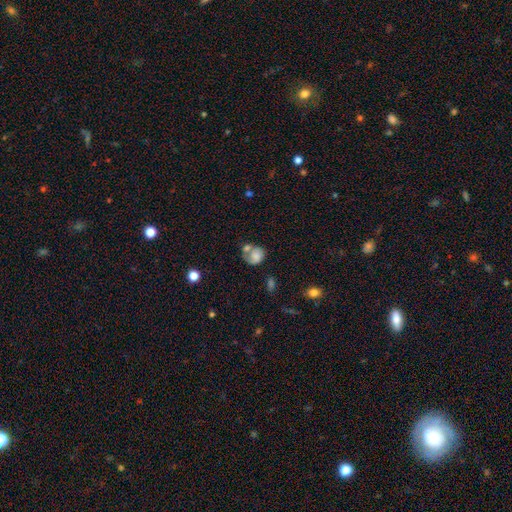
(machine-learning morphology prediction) Q: Smooth or featured?
A: smooth (67%); runner-up: featured or disk (24%)
Q: How rounded?
A: round (66%); runner-up: in between (33%)
Q: Merging?
A: merger (40%); runner-up: none (29%)